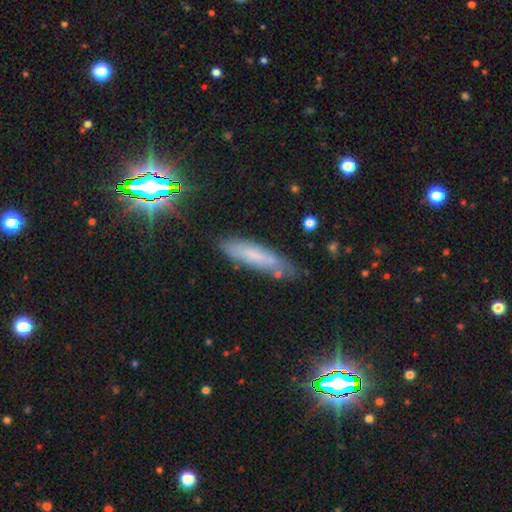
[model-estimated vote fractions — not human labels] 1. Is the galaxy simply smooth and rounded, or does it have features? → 66% smooth, 25% featured or disk, 10% star or artifact.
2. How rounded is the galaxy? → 70% cigar-shaped, 28% in between, 2% round.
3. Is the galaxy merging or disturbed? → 70% none, 21% minor disturbance, 5% major disturbance, 4% merger.